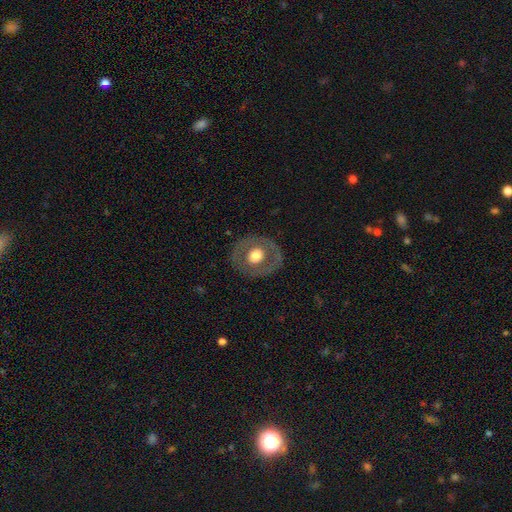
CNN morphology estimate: Smooth or featured?
  - smooth: 48% *
  - featured or disk: 45%
  - star or artifact: 6%
Merging?
  - none: 82% *
  - minor disturbance: 11%
  - major disturbance: 6%
  - merger: 1%